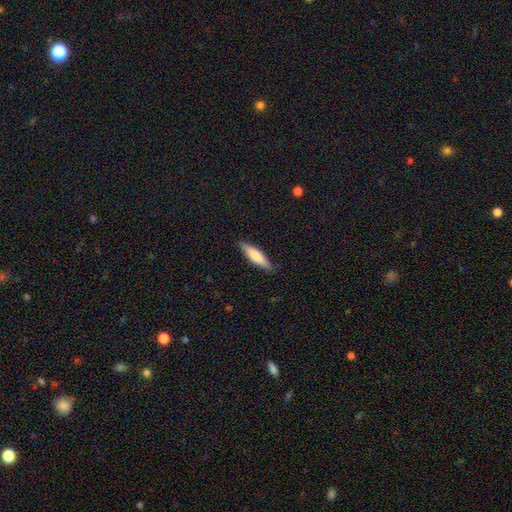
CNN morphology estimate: Smooth or featured? Predicted: smooth (p=0.71). How rounded? Predicted: cigar-shaped (p=0.74). Merging? Predicted: none (p=0.88).